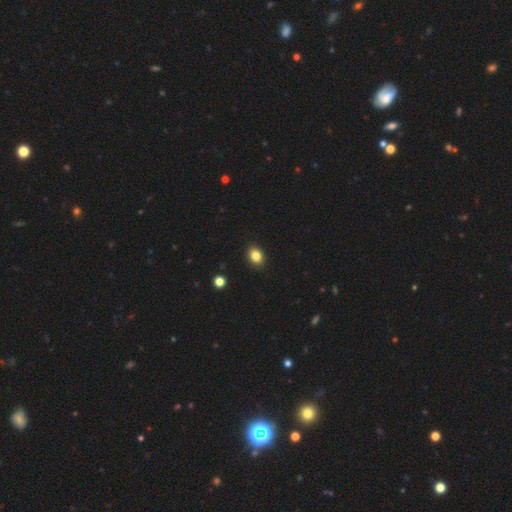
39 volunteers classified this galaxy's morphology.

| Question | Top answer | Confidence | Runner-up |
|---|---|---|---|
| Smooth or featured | smooth | 87% | star or artifact (8%) |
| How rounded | in between | 76% | round (24%) |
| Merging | none | 81% | minor disturbance (19%) |